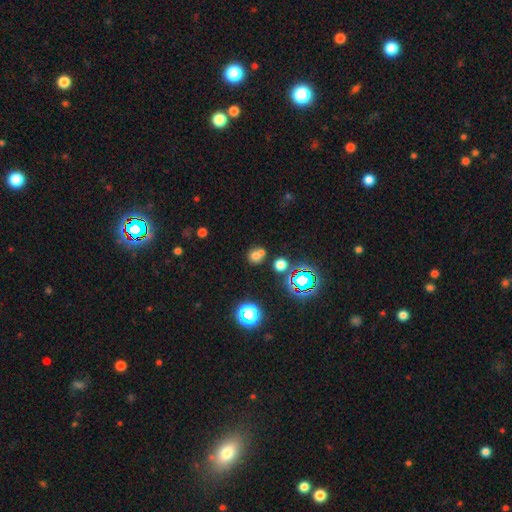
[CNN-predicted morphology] Smooth or featured?
  - smooth: 63% *
  - star or artifact: 24%
  - featured or disk: 13%
How rounded?
  - round: 78% *
  - in between: 21%
  - cigar-shaped: 1%
Merging?
  - merger: 46% *
  - none: 43%
  - minor disturbance: 7%
  - major disturbance: 3%